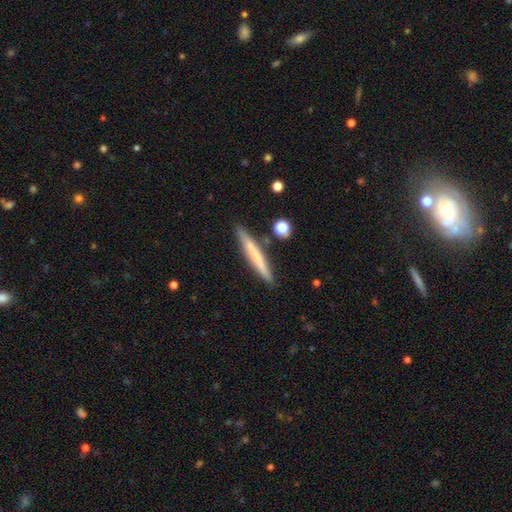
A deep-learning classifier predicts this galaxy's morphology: The model was most divided on "smooth or featured": smooth: 60%, featured or disk: 34%, star or artifact: 6%. More confident: how rounded — cigar-shaped (96%); merging — none (87%).